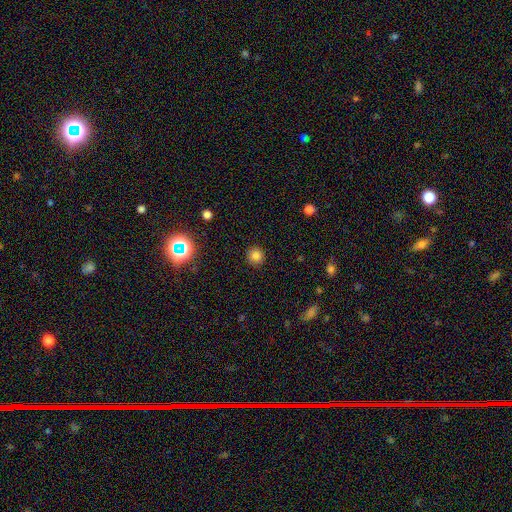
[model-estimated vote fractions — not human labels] smooth-or-featured: smooth: 80% | star or artifact: 14% | featured or disk: 5%
  how-rounded: round: 92% | in between: 7% | cigar-shaped: 1%
  merging: none: 91% | minor disturbance: 6% | major disturbance: 2% | merger: 1%